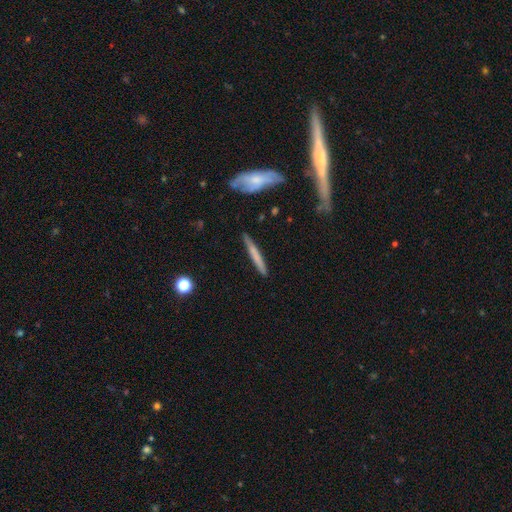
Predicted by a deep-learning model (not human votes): Smooth or featured: smooth — 59% (featured or disk — 35%)
How rounded: cigar-shaped — 95% (in between — 3%)
Merging: none — 86% (minor disturbance — 10%)